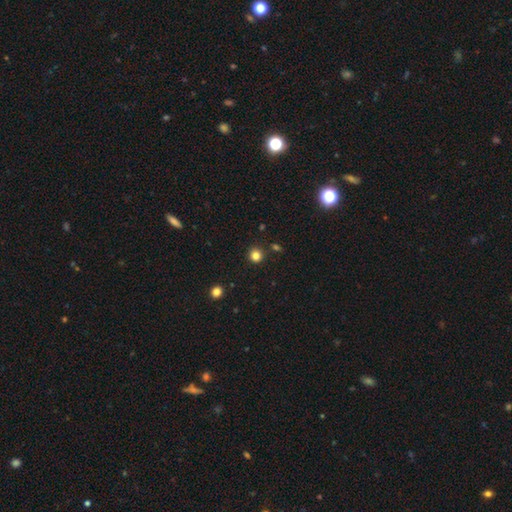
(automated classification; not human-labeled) This appears to be a smooth galaxy with no disk features (82%) that is round (94%). Merging: none (90%).